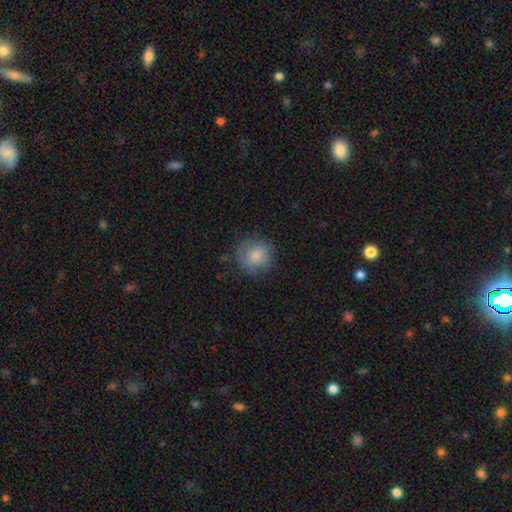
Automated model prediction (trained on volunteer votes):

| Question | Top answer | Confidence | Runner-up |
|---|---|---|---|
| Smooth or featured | smooth | 80% | featured or disk (12%) |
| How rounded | round | 90% | in between (9%) |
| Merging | none | 76% | minor disturbance (17%) |